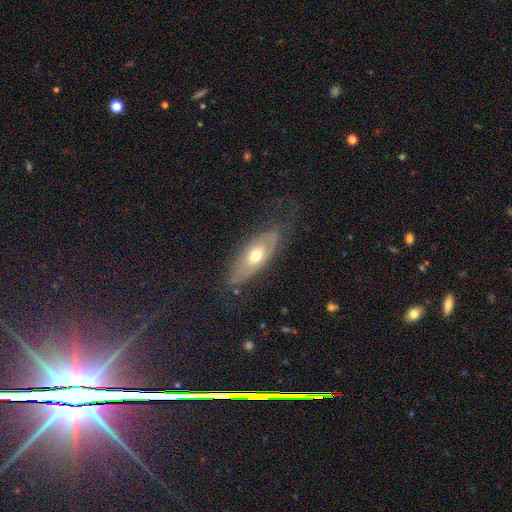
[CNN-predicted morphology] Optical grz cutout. It shows a featured or disk galaxy (44%). Merging: none (77%).